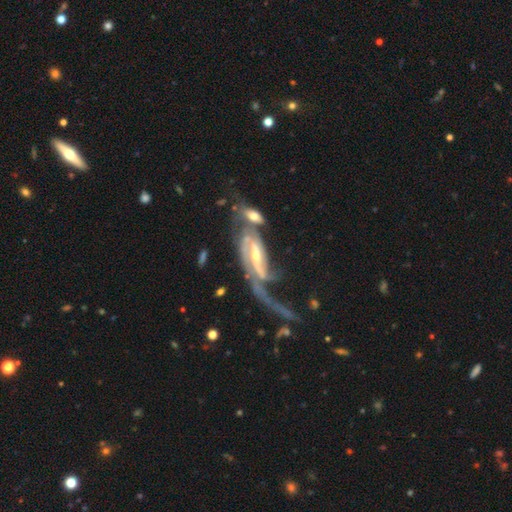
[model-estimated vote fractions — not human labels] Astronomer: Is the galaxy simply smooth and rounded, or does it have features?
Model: featured or disk — 86%.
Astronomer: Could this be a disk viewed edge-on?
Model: no — 89%.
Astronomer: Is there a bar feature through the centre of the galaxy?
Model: strong — 44% (runner-up: weak, 36%).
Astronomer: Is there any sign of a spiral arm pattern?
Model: yes — 92%.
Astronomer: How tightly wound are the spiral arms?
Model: loose — 43% (runner-up: medium, 33%).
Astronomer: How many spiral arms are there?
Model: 2 — 52%.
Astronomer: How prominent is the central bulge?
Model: small — 53% (runner-up: moderate, 39%).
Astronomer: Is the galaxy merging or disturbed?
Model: major disturbance — 37% (runner-up: merger, 35%).